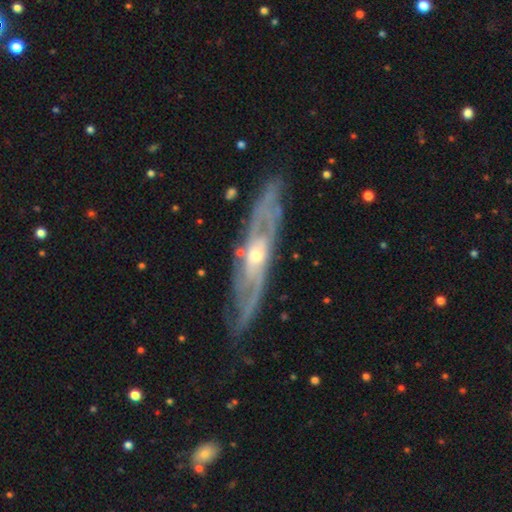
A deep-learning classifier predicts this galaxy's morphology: Smooth or featured? featured or disk (86%)
Edge-on disk? no (66%)
Bar? no (63%)
Spiral arms? yes (91%)
Spiral winding? tight (54%)
Spiral arm count? can't tell (41%)
Bulge size? small (54%)
Merging? none (79%)